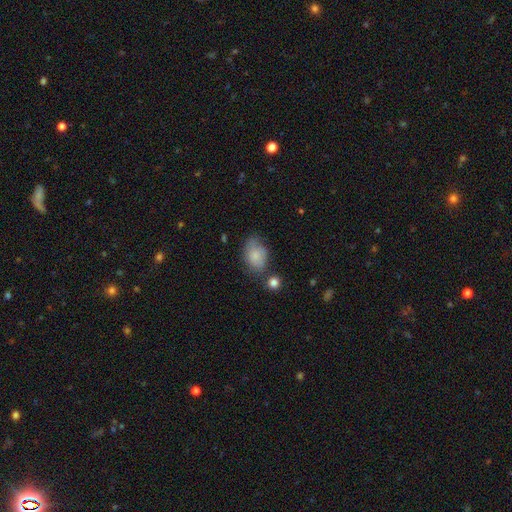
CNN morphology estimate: A smooth galaxy with no disk features (77%) that is in between round and cigar-shaped (75%). Merging: none (52%).